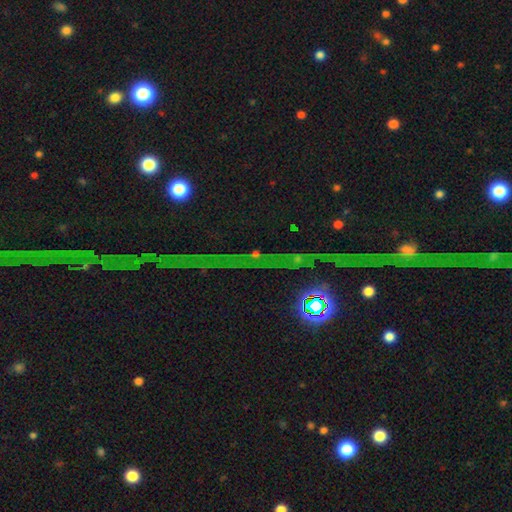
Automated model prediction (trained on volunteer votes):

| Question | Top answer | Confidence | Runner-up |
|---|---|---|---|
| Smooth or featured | star or artifact | 71% | featured or disk (17%) |